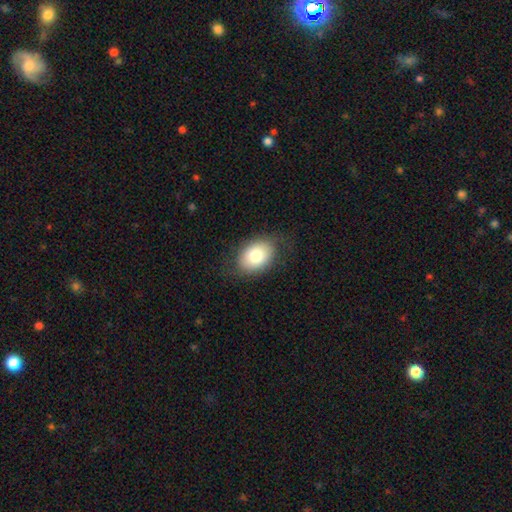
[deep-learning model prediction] Morphology: type=smooth (79%); roundness=in between (77%); merging=none (77%).